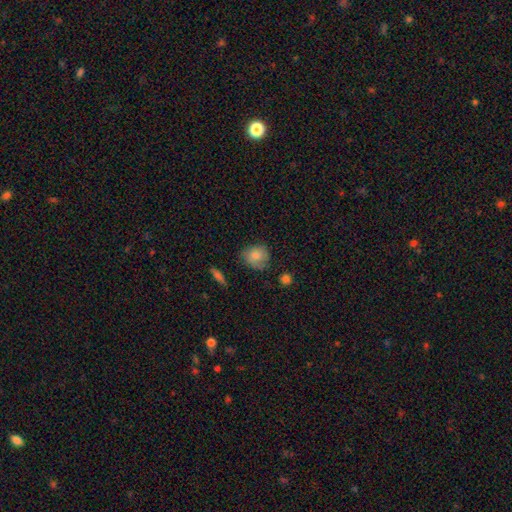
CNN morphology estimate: A smooth galaxy with no disk features (81%) that is round (77%).

Vote fractions:
- Smooth or featured? smooth: 81% / featured or disk: 11% / star or artifact: 8%
- How rounded? round: 77% / in between: 22% / cigar-shaped: 1%
- Merging? none: 67% / minor disturbance: 25% / major disturbance: 6% / merger: 2%